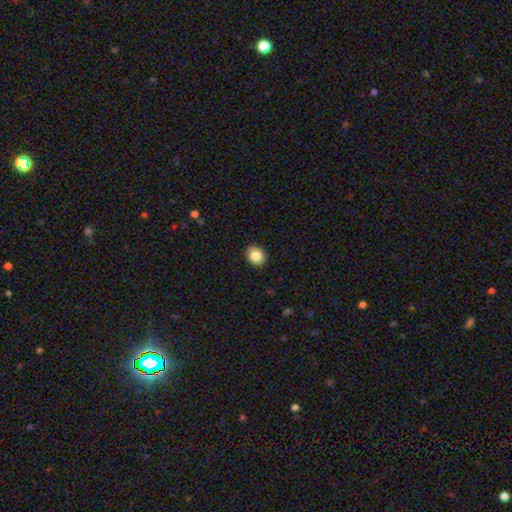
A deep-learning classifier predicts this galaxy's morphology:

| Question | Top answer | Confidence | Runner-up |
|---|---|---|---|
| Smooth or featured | smooth | 84% | star or artifact (9%) |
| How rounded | round | 53% | in between (46%) |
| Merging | none | 90% | minor disturbance (8%) |